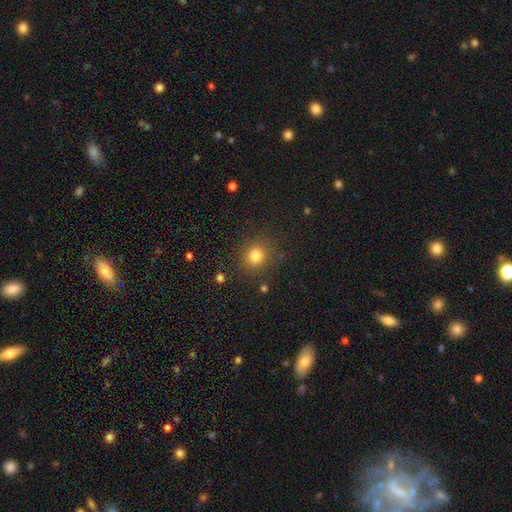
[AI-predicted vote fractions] Smooth or featured? smooth (80%)
How rounded? round (87%)
Merging? none (86%)